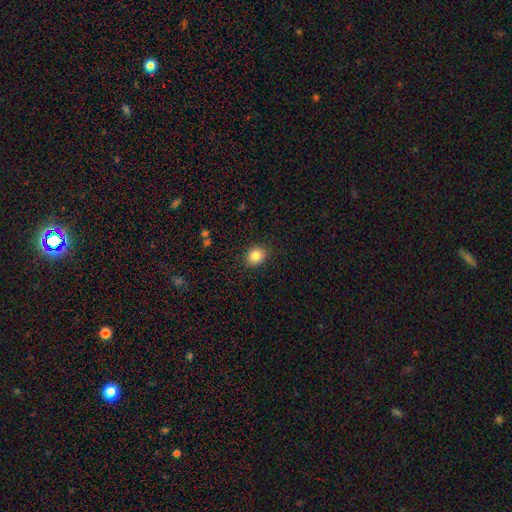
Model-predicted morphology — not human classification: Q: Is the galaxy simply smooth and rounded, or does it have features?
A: smooth — 86%.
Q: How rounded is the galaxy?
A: round — 62%.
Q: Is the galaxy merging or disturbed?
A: none — 88%.